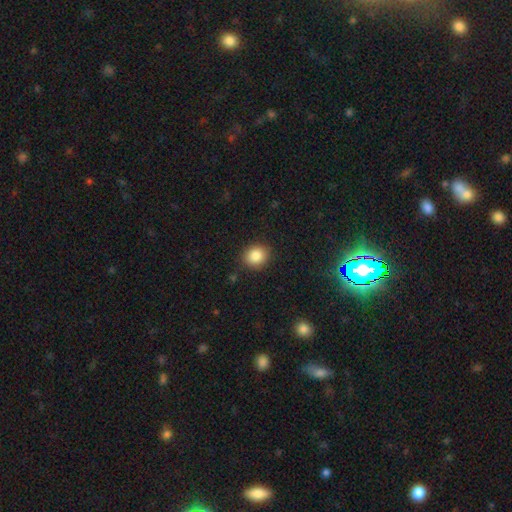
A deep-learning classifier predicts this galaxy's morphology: Smooth or featured?
  - smooth: 86% *
  - star or artifact: 9%
  - featured or disk: 5%
How rounded?
  - round: 75% *
  - in between: 24%
  - cigar-shaped: 1%
Merging?
  - none: 88% *
  - minor disturbance: 8%
  - major disturbance: 2%
  - merger: 1%